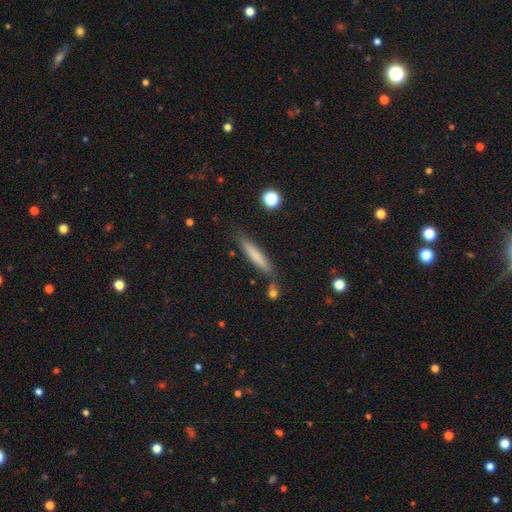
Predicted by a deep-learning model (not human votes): smooth 72%, featured or disk 21%, star or artifact 7%. Down the decision tree: how rounded — cigar-shaped (92%); merging — none (79%).